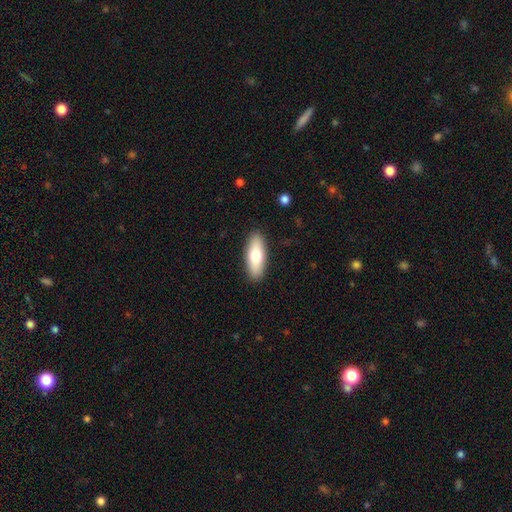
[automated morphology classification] smooth-or-featured: smooth: 72% | featured or disk: 22% | star or artifact: 6%
  how-rounded: in between: 70% | cigar-shaped: 28% | round: 2%
  merging: none: 89% | minor disturbance: 8% | major disturbance: 2% | merger: 1%